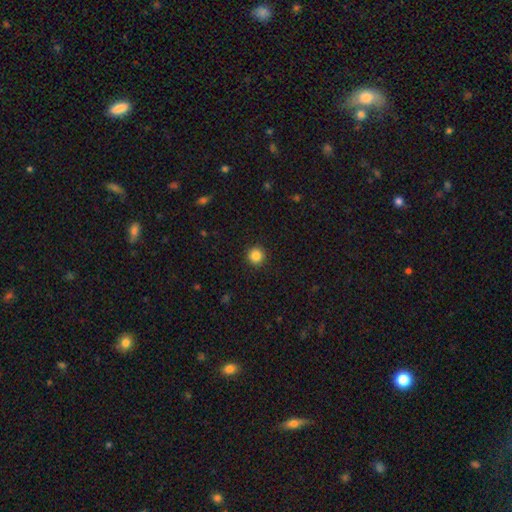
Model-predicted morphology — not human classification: Smooth or featured? Predicted: smooth (p=0.85). How rounded? Predicted: round (p=0.95). Merging? Predicted: none (p=0.93).